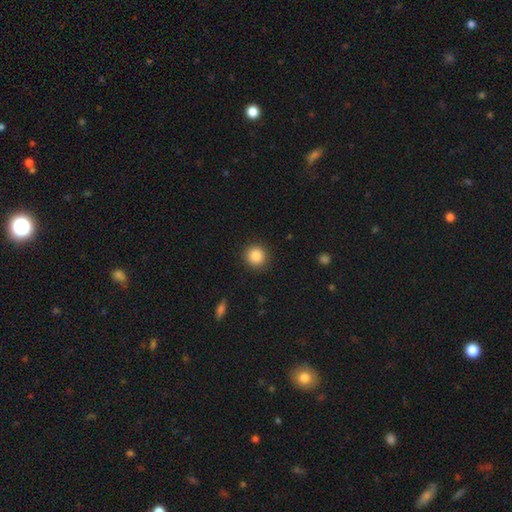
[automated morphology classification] A smooth galaxy with no disk features (87%) that is round (93%). Merging: none (91%).